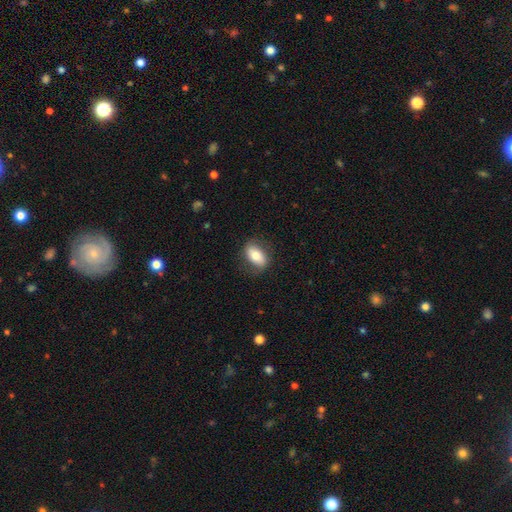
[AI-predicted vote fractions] This is likely a smooth galaxy (70%). How rounded: clearly in between (88%). Merging: likely none (77%).